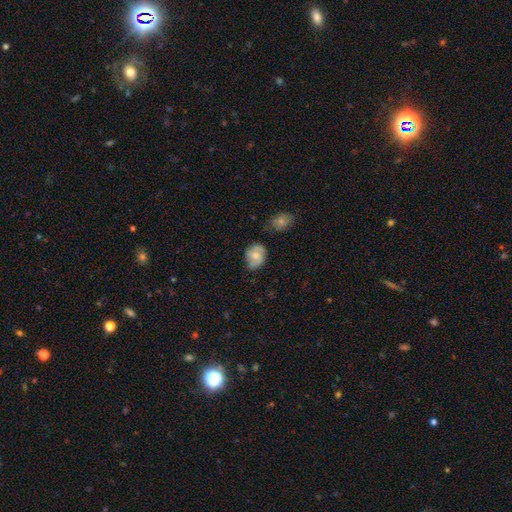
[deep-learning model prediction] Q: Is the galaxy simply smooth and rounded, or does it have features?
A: smooth — 49%.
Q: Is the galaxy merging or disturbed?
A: none — 61%.